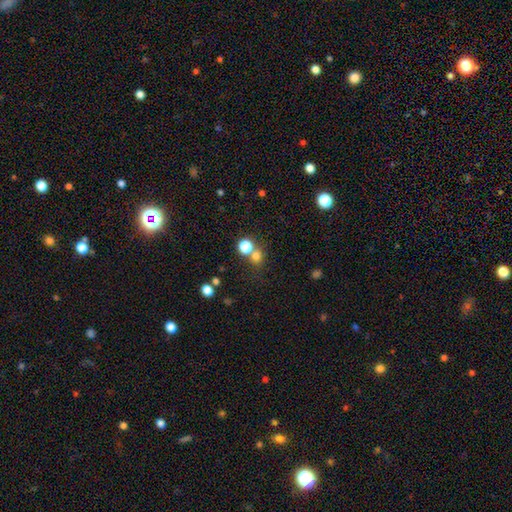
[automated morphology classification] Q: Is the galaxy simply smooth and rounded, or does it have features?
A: smooth — 72%.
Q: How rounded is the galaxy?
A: round — 85%.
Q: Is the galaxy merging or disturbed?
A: none — 59%.